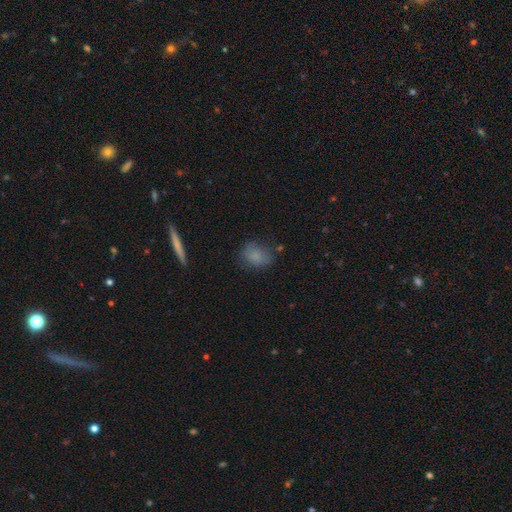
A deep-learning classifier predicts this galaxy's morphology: smooth 80%, star or artifact 11%, featured or disk 10%. Down the decision tree: how rounded — in between (53%); merging — none (67%).